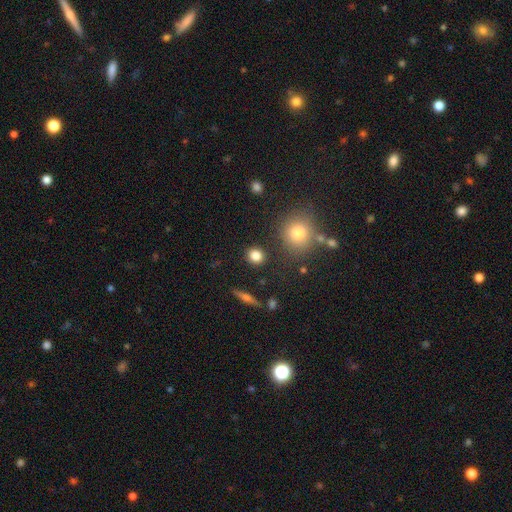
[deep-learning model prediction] smooth_or_featured: smooth (p=0.83) [alt: star or artifact p=0.11]
how_rounded: round (p=0.83) [alt: in between p=0.15]
merging: none (p=0.88) [alt: minor disturbance p=0.07]